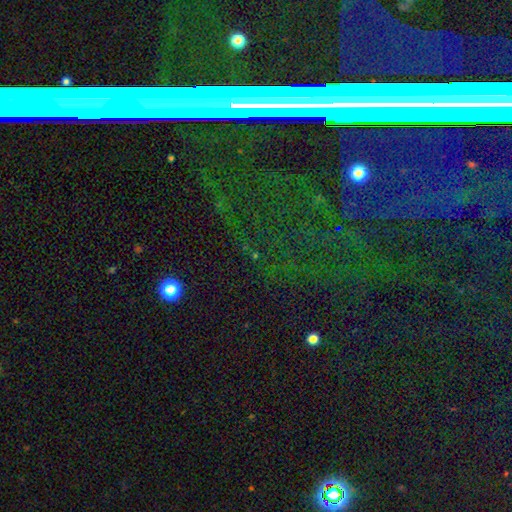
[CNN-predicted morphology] Smooth or featured? star or artifact (74%)